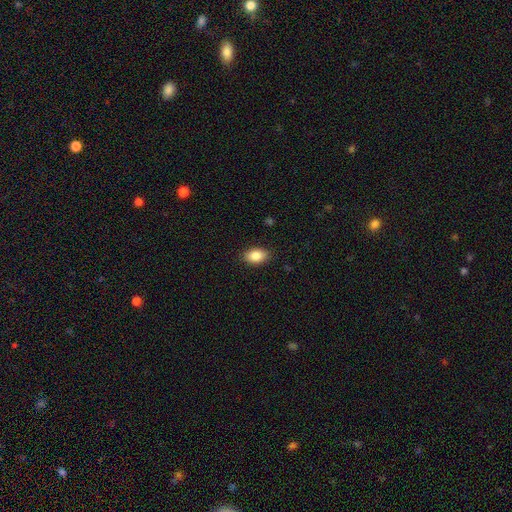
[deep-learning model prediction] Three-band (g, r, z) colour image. It shows a smooth galaxy with no disk features (86%) that is in between round and cigar-shaped (90%). Merging: none (89%).